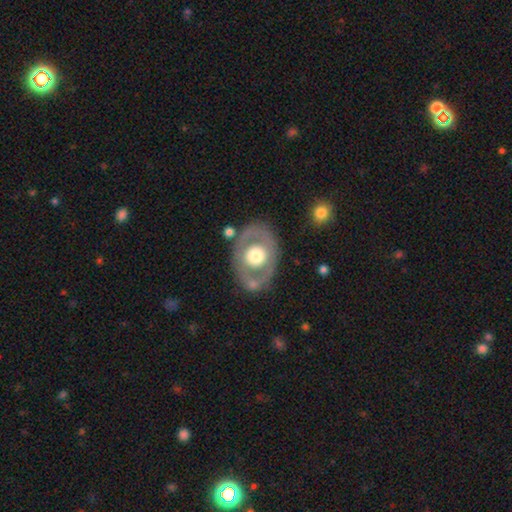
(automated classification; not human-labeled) This appears to be a featured or disk galaxy (55%) with no bar (88%), no spiral arms (85%) and a large central bulge (48%). Merging: none (74%).